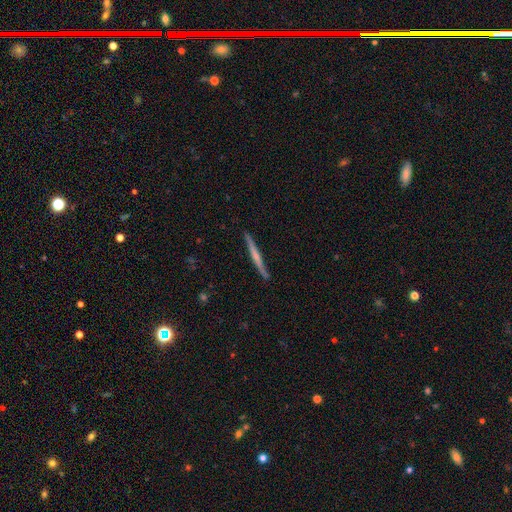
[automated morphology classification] This appears to be a featured or disk galaxy (56%) viewed edge-on (97%) with no central bulge (56%). Merging: none (89%).